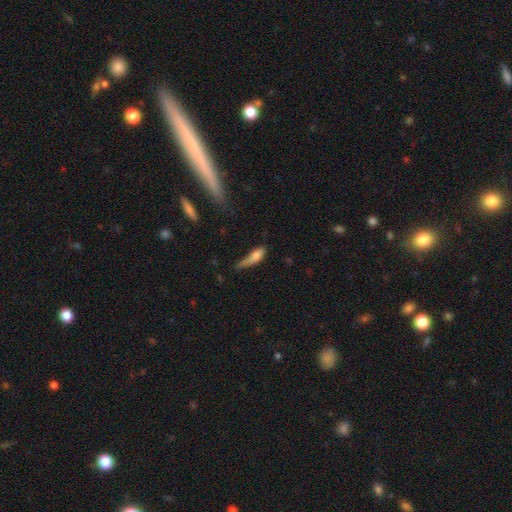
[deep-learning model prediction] This is likely a smooth galaxy (70%). How rounded: possibly in between (52%). Merging: marginally minor disturbance (35%).